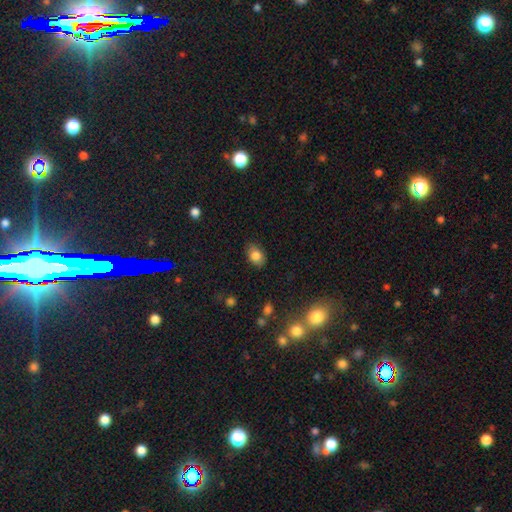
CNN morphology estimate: smooth 81%, featured or disk 10%, star or artifact 9%. Down the decision tree: how rounded — in between (79%); merging — none (82%).